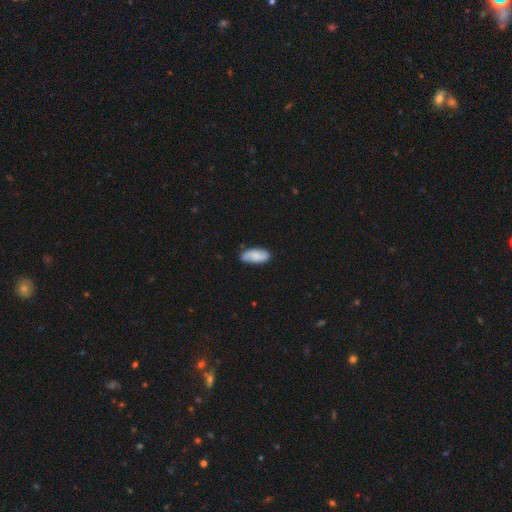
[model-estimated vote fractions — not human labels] This appears to be a smooth galaxy with no disk features (80%) that is in between round and cigar-shaped (87%). Merging: none (78%).